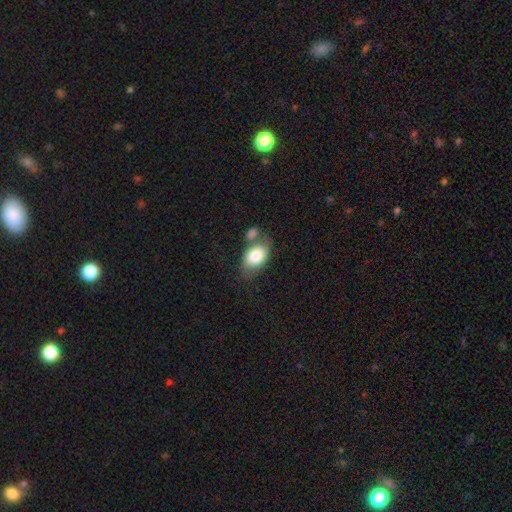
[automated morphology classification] Smooth or featured? smooth (77%)
How rounded? in between (87%)
Merging? none (44%)